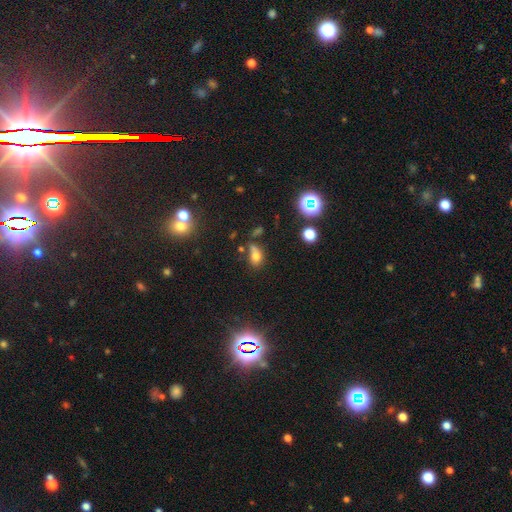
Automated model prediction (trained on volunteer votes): A smooth galaxy with no disk features (70%) that is in between round and cigar-shaped (72%). Merging: none (47%).